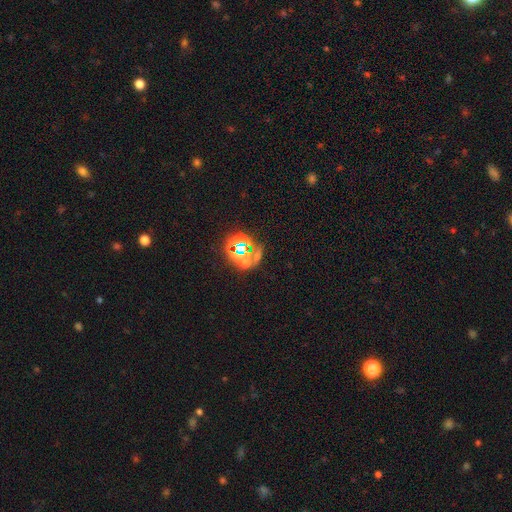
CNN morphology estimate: Smooth or featured? Predicted: star or artifact (p=0.73).